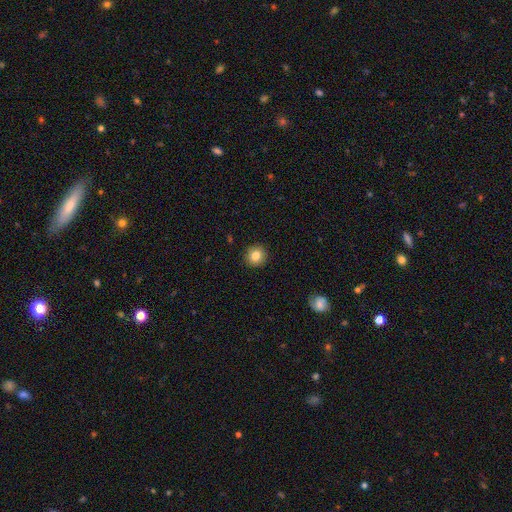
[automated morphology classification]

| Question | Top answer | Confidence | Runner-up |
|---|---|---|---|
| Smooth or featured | smooth | 83% | star or artifact (10%) |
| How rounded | round | 94% | in between (5%) |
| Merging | none | 93% | minor disturbance (5%) |